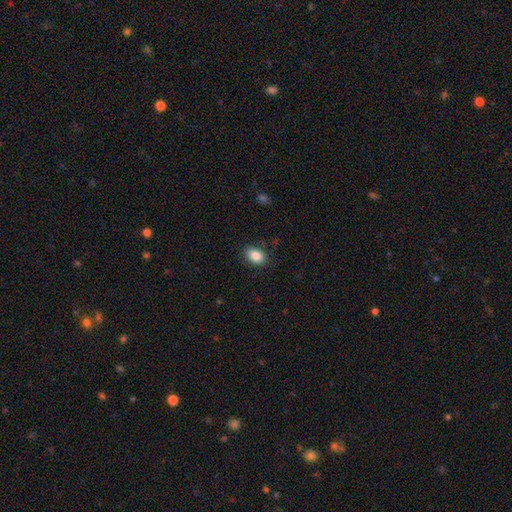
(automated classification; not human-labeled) A smooth galaxy with no disk features (85%) that is in between round and cigar-shaped (86%).

Vote fractions:
- Smooth or featured? smooth: 85% / star or artifact: 8% / featured or disk: 7%
- How rounded? in between: 86% / round: 13% / cigar-shaped: 1%
- Merging? none: 86% / minor disturbance: 11% / major disturbance: 3% / merger: 1%